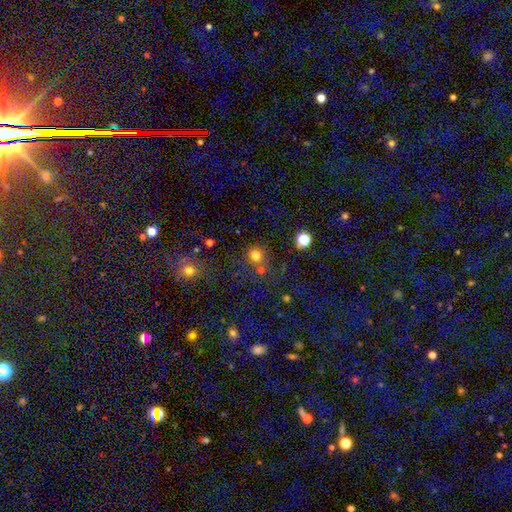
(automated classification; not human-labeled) The model was most divided on "merging": none: 69%, merger: 16%, minor disturbance: 10%, major disturbance: 5%. More confident: how rounded — round (89%); smooth or featured — smooth (74%).